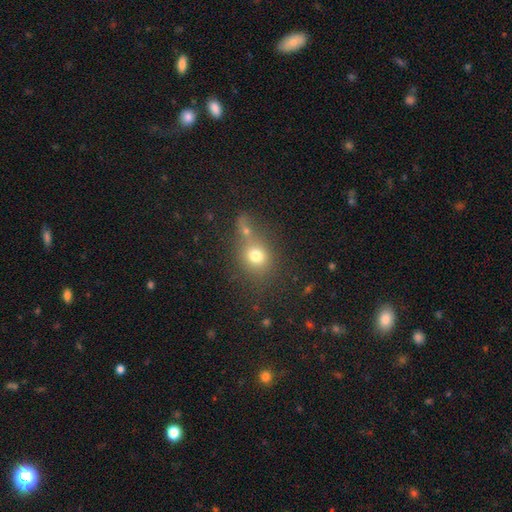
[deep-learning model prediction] Smooth or featured?
  - smooth: 73% *
  - star or artifact: 15%
  - featured or disk: 12%
How rounded?
  - round: 68% *
  - in between: 31%
  - cigar-shaped: 2%
Merging?
  - none: 44% *
  - merger: 40%
  - minor disturbance: 10%
  - major disturbance: 7%